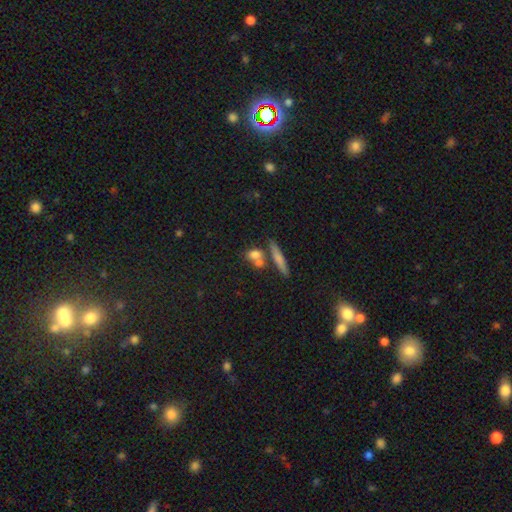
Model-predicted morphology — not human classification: Q: Smooth or featured?
A: smooth (72%); runner-up: featured or disk (17%)
Q: How rounded?
A: in between (42%); runner-up: round (32%)
Q: Merging?
A: none (55%); runner-up: merger (29%)